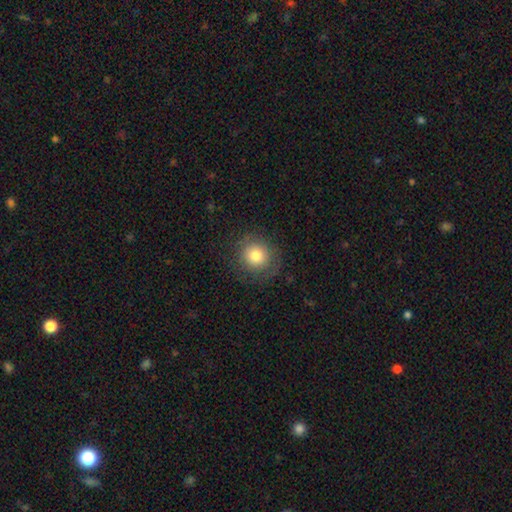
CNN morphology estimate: The model was most divided on "smooth or featured": smooth: 78%, featured or disk: 12%, star or artifact: 10%. More confident: how rounded — round (91%); merging — none (82%).